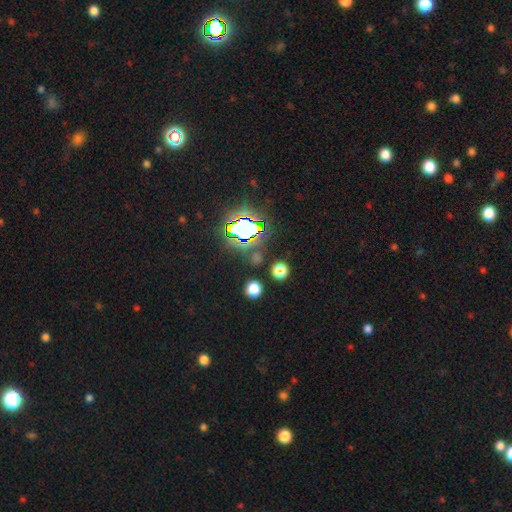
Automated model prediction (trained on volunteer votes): Smooth or featured?
  - star or artifact: 68% *
  - smooth: 24%
  - featured or disk: 8%